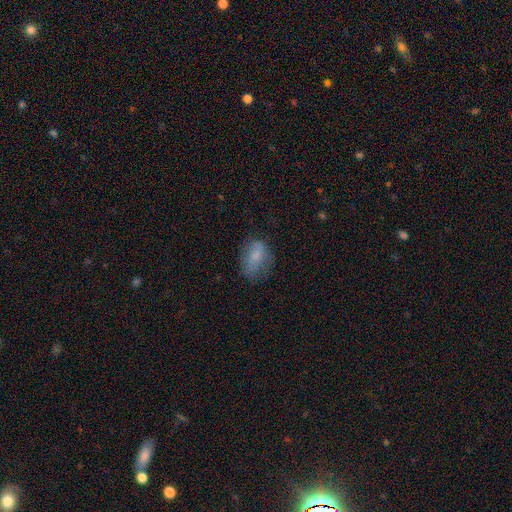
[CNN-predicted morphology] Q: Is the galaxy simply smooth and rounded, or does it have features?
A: smooth — 69%.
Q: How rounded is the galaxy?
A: in between — 79%.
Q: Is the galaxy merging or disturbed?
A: none — 56%.